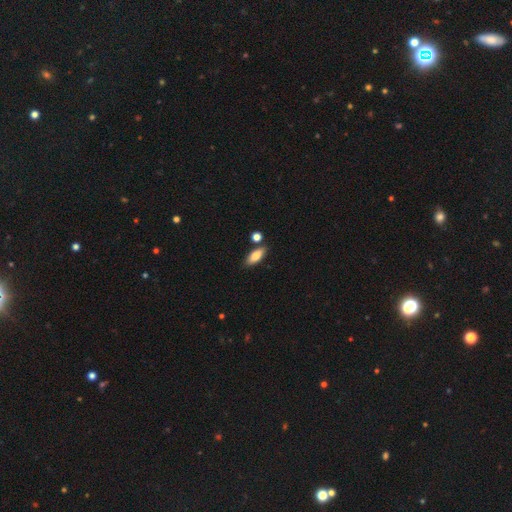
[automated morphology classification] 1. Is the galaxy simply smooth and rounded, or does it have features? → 79% smooth, 14% featured or disk, 7% star or artifact.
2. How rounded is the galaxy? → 79% in between, 18% cigar-shaped, 3% round.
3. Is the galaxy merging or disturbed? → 78% none, 12% minor disturbance, 8% merger, 3% major disturbance.